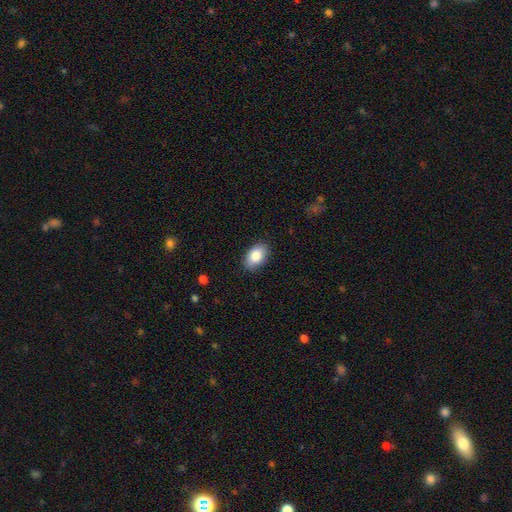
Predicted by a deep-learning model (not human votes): Smooth or featured: smooth — 84% (featured or disk — 9%)
How rounded: in between — 90% (round — 9%)
Merging: none — 87% (minor disturbance — 10%)